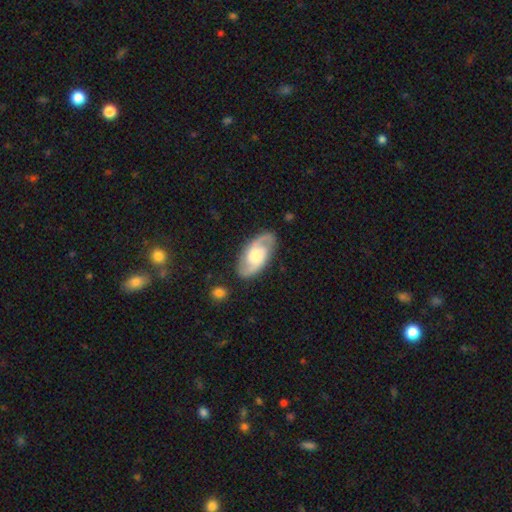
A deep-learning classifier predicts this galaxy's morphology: Q: Smooth or featured?
A: featured or disk (82%); runner-up: smooth (14%)
Q: Edge-on disk?
A: no (96%); runner-up: yes (4%)
Q: Bar?
A: no (59%); runner-up: weak (34%)
Q: Spiral arms?
A: yes (96%); runner-up: no (4%)
Q: Spiral winding?
A: medium (53%); runner-up: tight (24%)
Q: Spiral arm count?
A: 2 (91%); runner-up: can't tell (4%)
Q: Bulge size?
A: moderate (52%); runner-up: small (23%)
Q: Merging?
A: none (83%); runner-up: minor disturbance (11%)